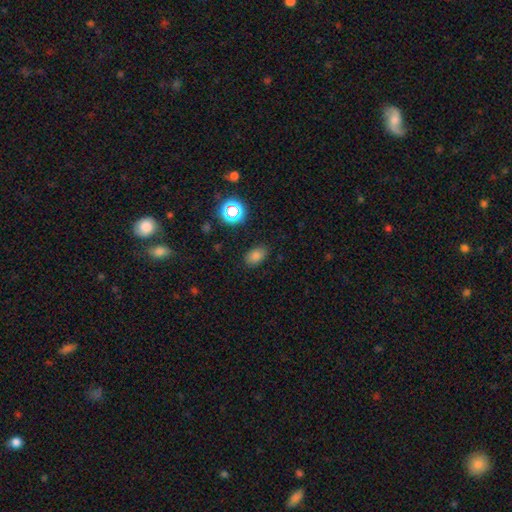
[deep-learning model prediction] Q: Smooth or featured?
A: smooth (78%); runner-up: star or artifact (17%)
Q: How rounded?
A: in between (83%); runner-up: round (16%)
Q: Merging?
A: none (84%); runner-up: minor disturbance (11%)